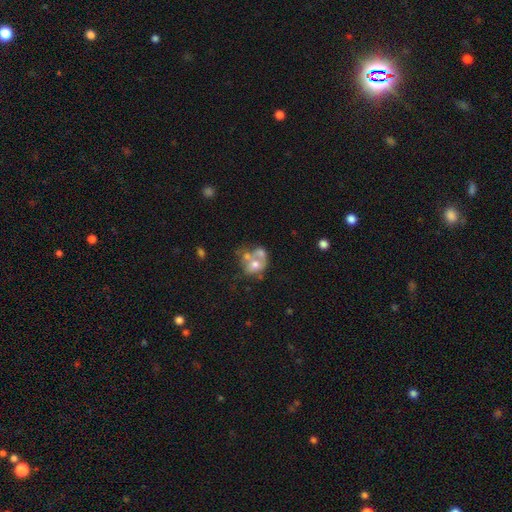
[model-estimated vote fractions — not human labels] smooth_or_featured: smooth (p=0.47) [alt: featured or disk p=0.41]
merging: merger (p=0.58) [alt: none p=0.20]